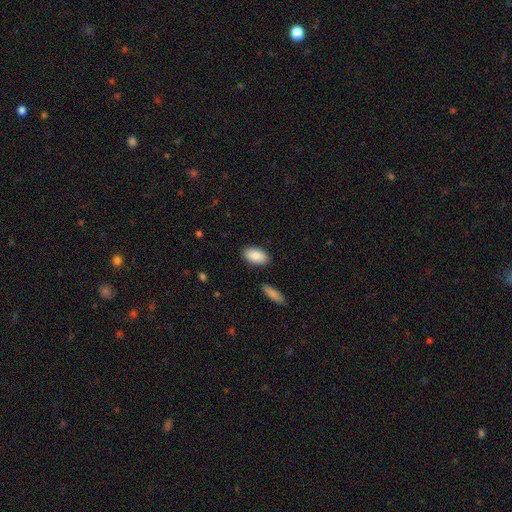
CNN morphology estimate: Overall: smooth (88%). How rounded: in between (94%). Merging: none (86%).